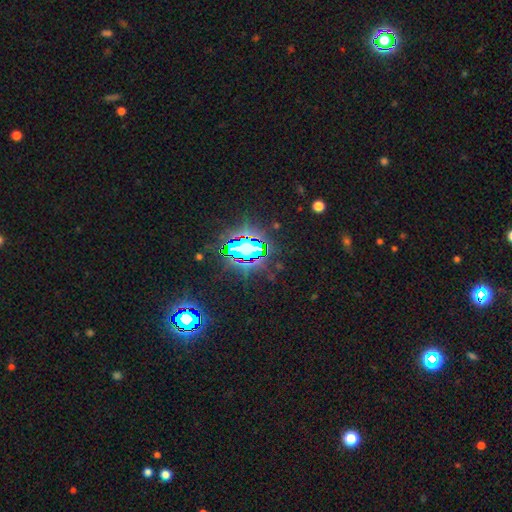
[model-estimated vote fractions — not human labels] Q: Smooth or featured?
A: star or artifact (83%); runner-up: smooth (10%)